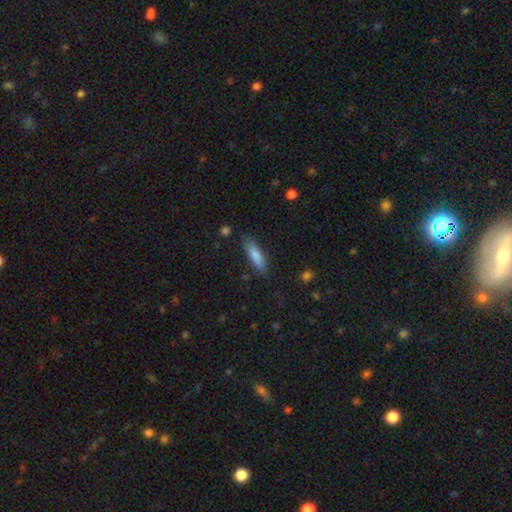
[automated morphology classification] A smooth galaxy with no disk features (83%) that is cigar-shaped (60%). Merging: none (81%).